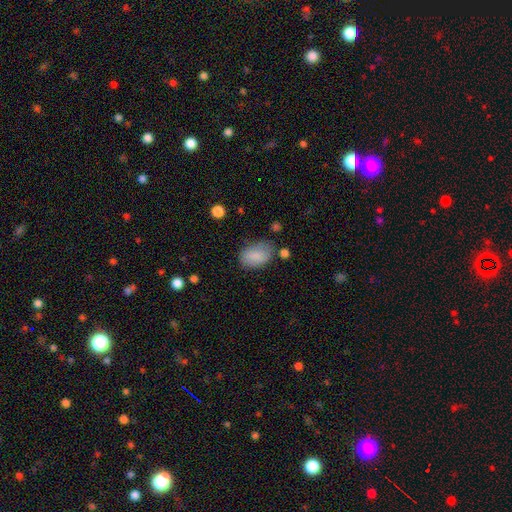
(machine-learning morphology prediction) The model was most divided on "merging": none: 68%, minor disturbance: 22%, major disturbance: 6%, merger: 4%. More confident: how rounded — in between (88%); smooth or featured — smooth (85%).